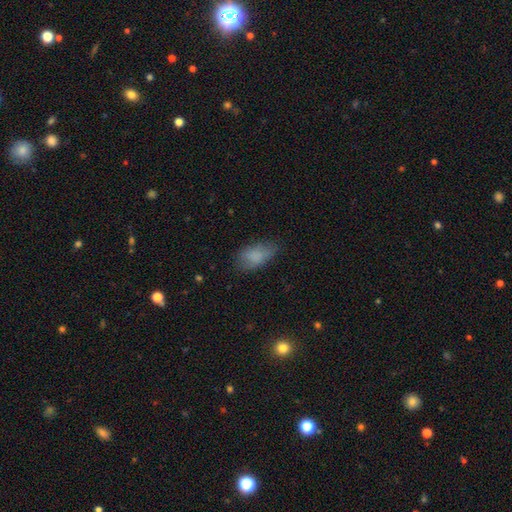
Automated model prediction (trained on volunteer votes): The model was most divided on "merging": none: 63%, minor disturbance: 26%, major disturbance: 9%, merger: 2%. More confident: how rounded — in between (90%); smooth or featured — smooth (80%).